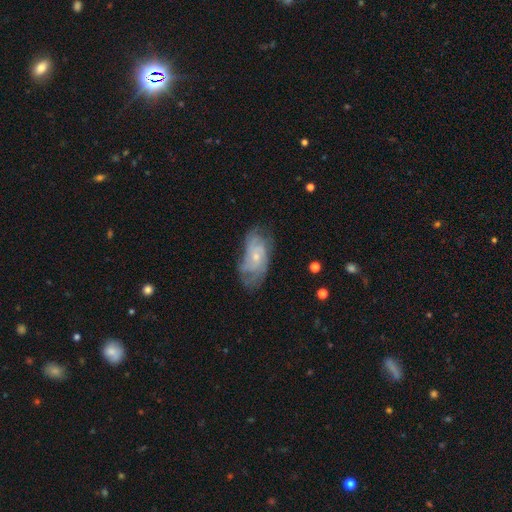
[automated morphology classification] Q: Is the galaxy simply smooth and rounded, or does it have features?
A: featured or disk — 75%.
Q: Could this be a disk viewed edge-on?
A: no — 95%.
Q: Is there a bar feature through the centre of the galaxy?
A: no — 71%.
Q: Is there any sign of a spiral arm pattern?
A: yes — 89%.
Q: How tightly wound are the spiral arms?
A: tight — 50%.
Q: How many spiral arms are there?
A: can't tell — 43%.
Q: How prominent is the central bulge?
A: small — 69%.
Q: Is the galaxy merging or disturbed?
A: none — 62%.